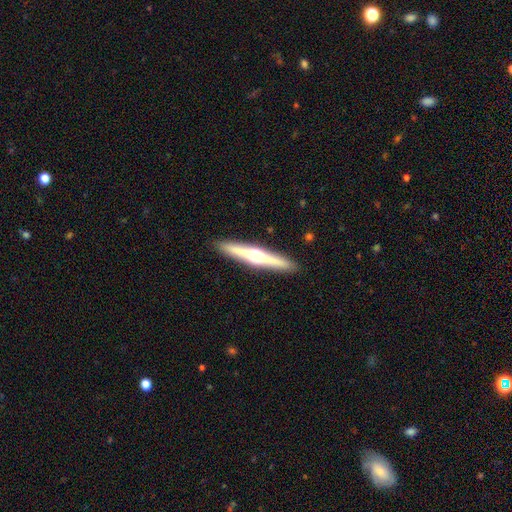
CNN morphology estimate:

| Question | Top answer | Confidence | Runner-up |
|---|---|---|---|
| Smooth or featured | featured or disk | 69% | smooth (26%) |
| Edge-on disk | yes | 98% | no (2%) |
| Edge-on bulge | rounded | 93% | none (4%) |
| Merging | none | 92% | minor disturbance (6%) |